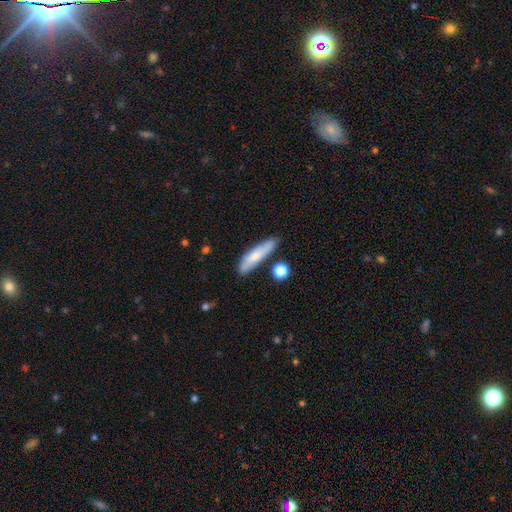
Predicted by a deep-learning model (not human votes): smooth 69%, featured or disk 25%, star or artifact 7%. Down the decision tree: how rounded — cigar-shaped (72%); merging — none (71%).